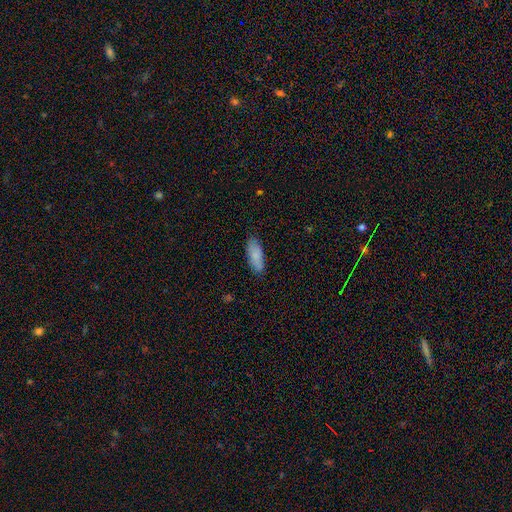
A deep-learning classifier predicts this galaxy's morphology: This is clearly a smooth galaxy (84%). How rounded: likely in between (72%). Merging: clearly none (82%).